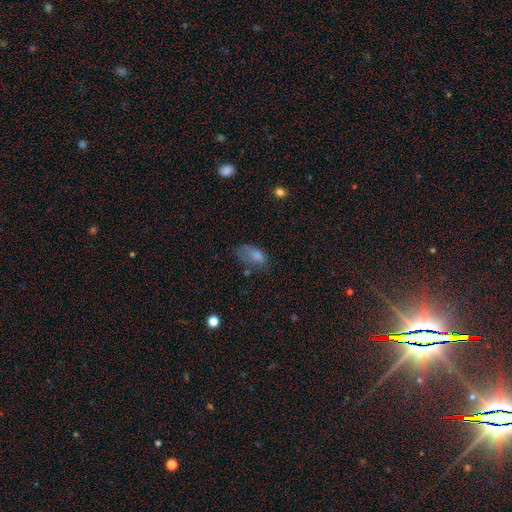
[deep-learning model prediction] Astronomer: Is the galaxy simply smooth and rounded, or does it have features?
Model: smooth — 75%.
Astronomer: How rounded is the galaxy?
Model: in between — 91%.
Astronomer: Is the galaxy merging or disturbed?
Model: none — 37% (runner-up: minor disturbance, 33%).